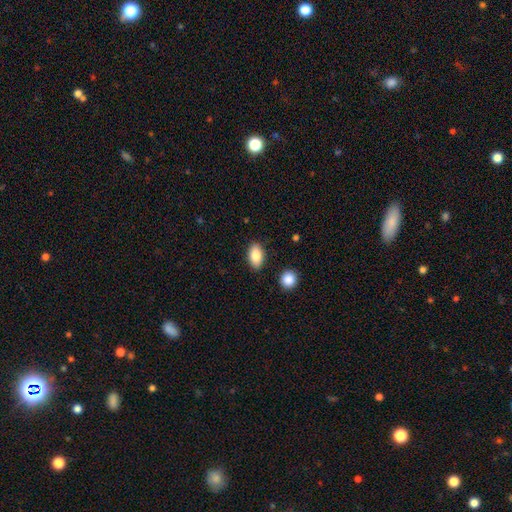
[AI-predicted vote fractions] Overall: smooth (85%). How rounded: in between (90%). Merging: none (86%).